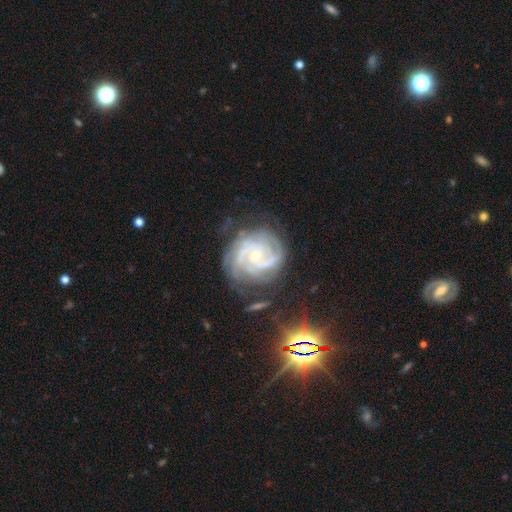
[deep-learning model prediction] Overall: featured or disk (89%). Edge-on disk: no (98%). Bar: no (66%). Spiral arms: yes (98%). Spiral arm count: 3 (27%; 2 26%). Spiral winding: tight (65%; medium 30%). Bulge size: small (70%). Merging: none (68%).